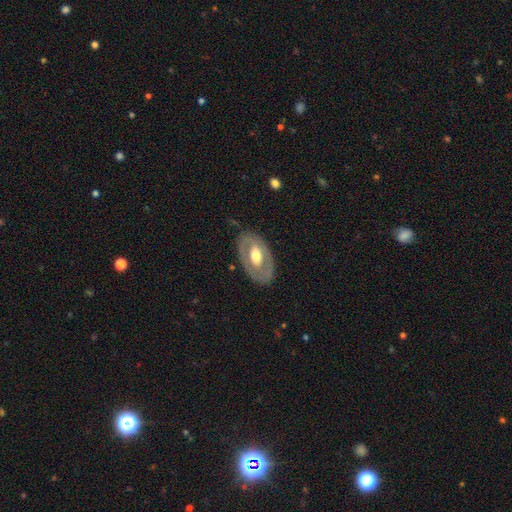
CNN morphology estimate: smooth-or-featured: featured or disk: 60% | smooth: 35% | star or artifact: 5%
  disk-edge-on: no: 90% | yes: 10%
    bar: no: 61% | weak: 25% | strong: 14%
    has-spiral-arms: no: 77% | yes: 23%
    bulge-size: moderate: 63% | large: 25% | small: 9% | dominant: 2% | none: 1%
  merging: none: 79% | minor disturbance: 14% | major disturbance: 5% | merger: 1%